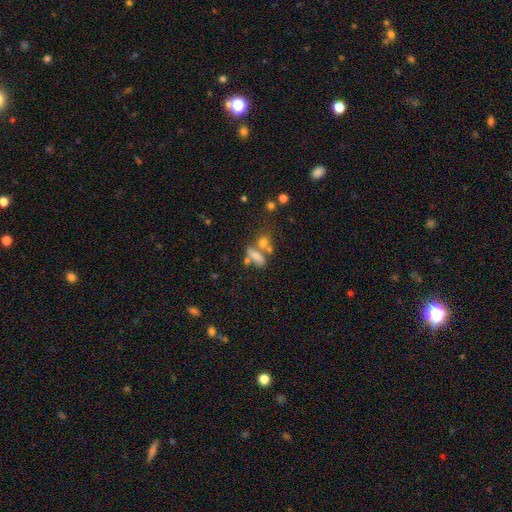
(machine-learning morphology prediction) Overall: smooth (58%; featured or disk 23%). How rounded: in between (58%; cigar-shaped 27%). Merging: merger (39%; none 38%).